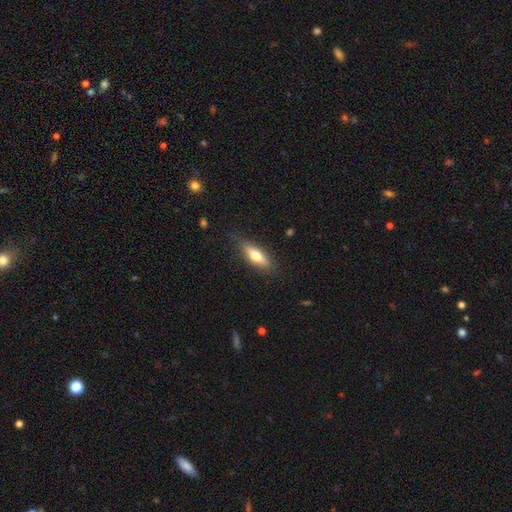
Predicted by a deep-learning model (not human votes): This is likely a smooth galaxy (62%). How rounded: possibly in between (52%). Merging: clearly none (82%).